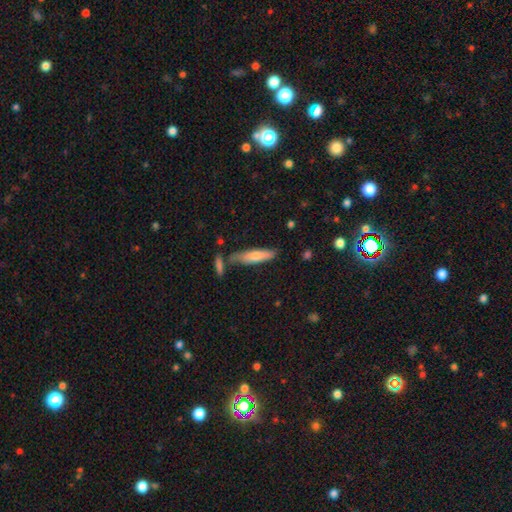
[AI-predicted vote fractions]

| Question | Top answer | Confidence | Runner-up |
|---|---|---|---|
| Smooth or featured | smooth | 56% | featured or disk (34%) |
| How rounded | cigar-shaped | 80% | in between (18%) |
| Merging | none | 74% | minor disturbance (13%) |